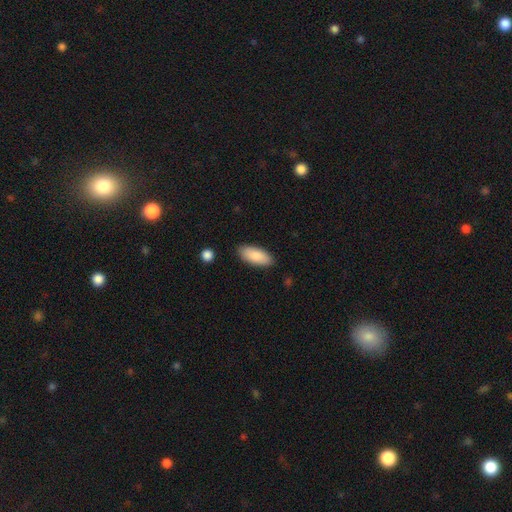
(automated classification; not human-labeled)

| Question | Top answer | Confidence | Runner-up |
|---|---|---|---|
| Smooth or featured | smooth | 86% | featured or disk (8%) |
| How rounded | in between | 85% | cigar-shaped (13%) |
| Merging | none | 86% | minor disturbance (10%) |